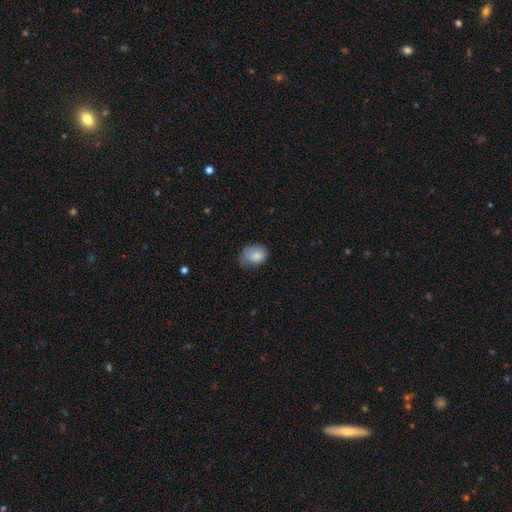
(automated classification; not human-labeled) Smooth or featured? Predicted: smooth (p=0.81). How rounded? Predicted: in between (p=0.71). Merging? Predicted: none (p=0.45).